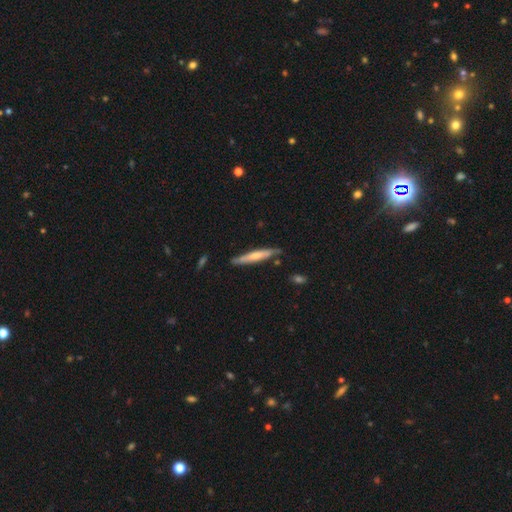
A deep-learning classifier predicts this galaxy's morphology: smooth 51%, featured or disk 43%, star or artifact 5%. Down the decision tree: how rounded — cigar-shaped (93%); merging — none (79%).